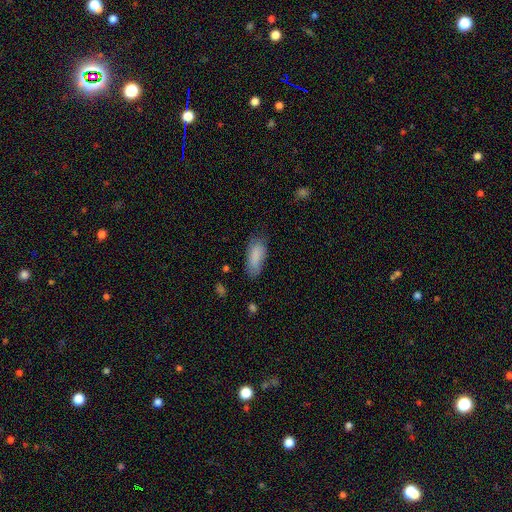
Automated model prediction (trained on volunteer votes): Smooth or featured? Predicted: smooth (p=0.86). How rounded? Predicted: in between (p=0.80). Merging? Predicted: none (p=0.70).